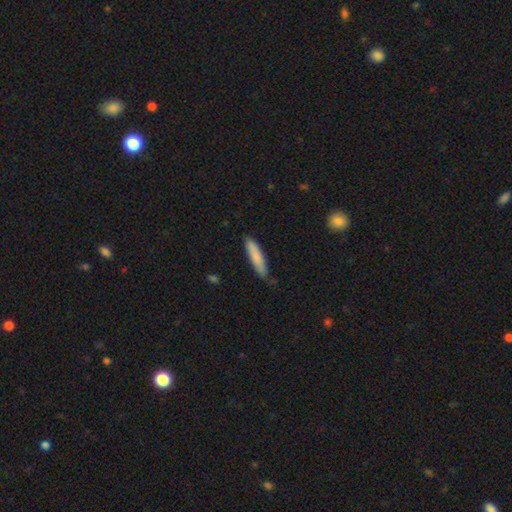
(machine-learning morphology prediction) Overall: smooth (82%). How rounded: cigar-shaped (85%). Merging: none (80%).